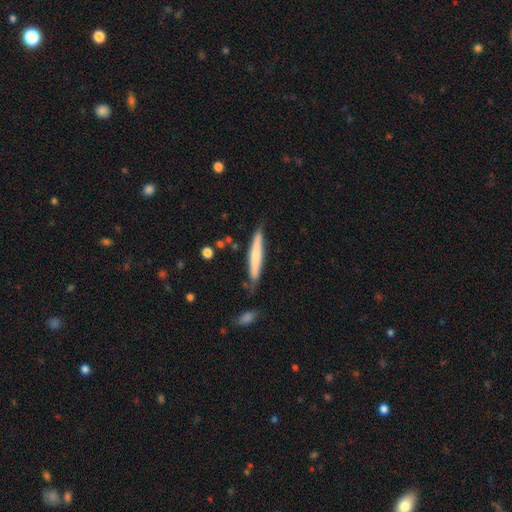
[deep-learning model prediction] Morphology: type=smooth (63%); roundness=cigar-shaped (94%); merging=none (79%).